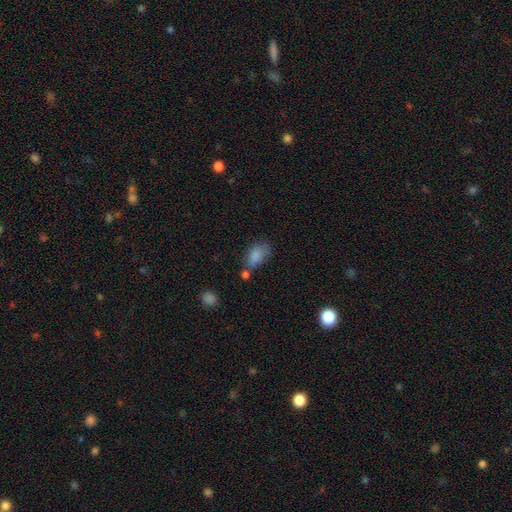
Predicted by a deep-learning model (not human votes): Smooth or featured? smooth (81%)
How rounded? in between (89%)
Merging? none (41%)